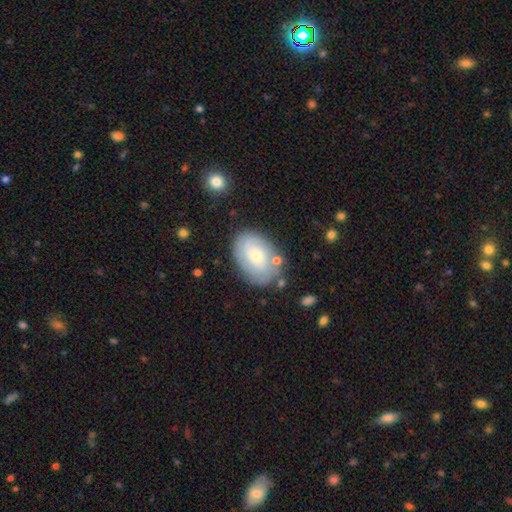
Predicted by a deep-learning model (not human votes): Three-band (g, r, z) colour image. It shows a featured or disk galaxy (60%) with no bar (72%), spiral arms (77%) and a small central bulge (64%). Merging: none (72%).